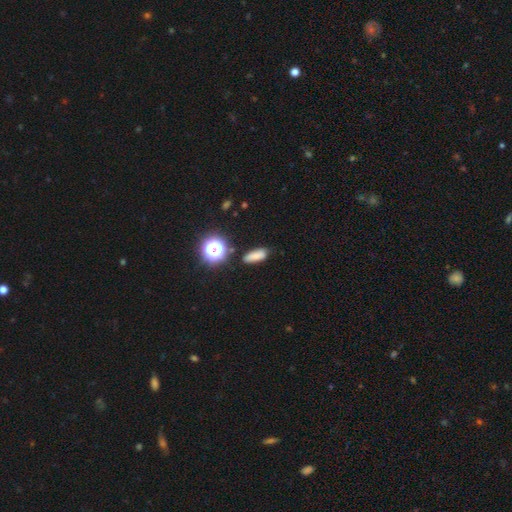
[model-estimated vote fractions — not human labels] This is likely a smooth galaxy (77%). How rounded: possibly in between (54%). Merging: clearly none (82%).